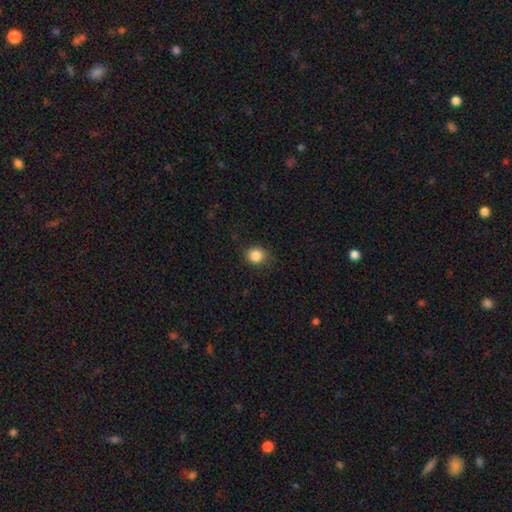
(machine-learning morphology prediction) Smooth or featured: smooth — 85% (star or artifact — 11%)
How rounded: round — 81% (in between — 18%)
Merging: none — 83% (minor disturbance — 13%)